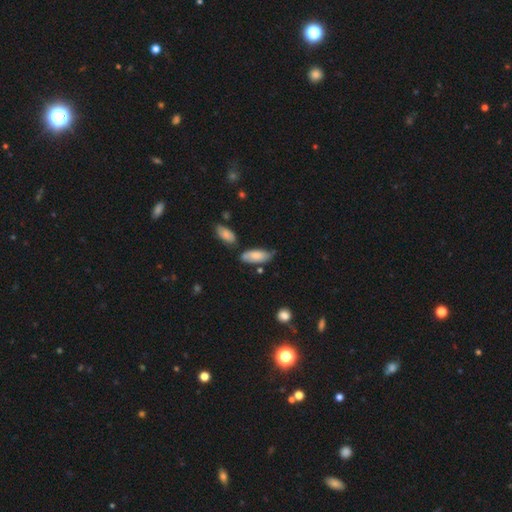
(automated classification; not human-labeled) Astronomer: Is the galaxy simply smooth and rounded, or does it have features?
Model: smooth — 75%.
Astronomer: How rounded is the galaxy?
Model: in between — 84%.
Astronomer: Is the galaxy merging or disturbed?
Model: none — 61%.